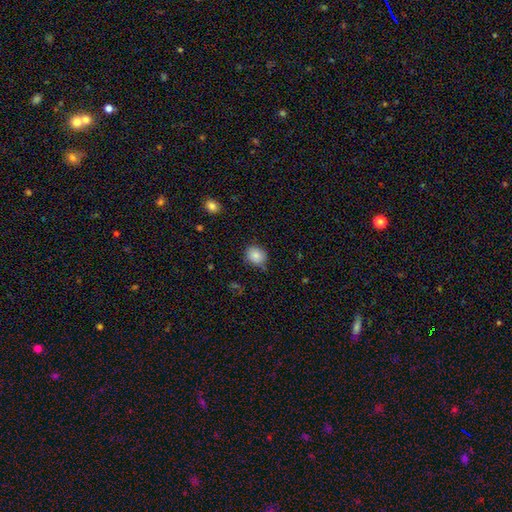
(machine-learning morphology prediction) Smooth or featured?
  - smooth: 86% *
  - star or artifact: 9%
  - featured or disk: 5%
How rounded?
  - round: 67% *
  - in between: 32%
  - cigar-shaped: 1%
Merging?
  - none: 77% *
  - minor disturbance: 18%
  - major disturbance: 3%
  - merger: 2%